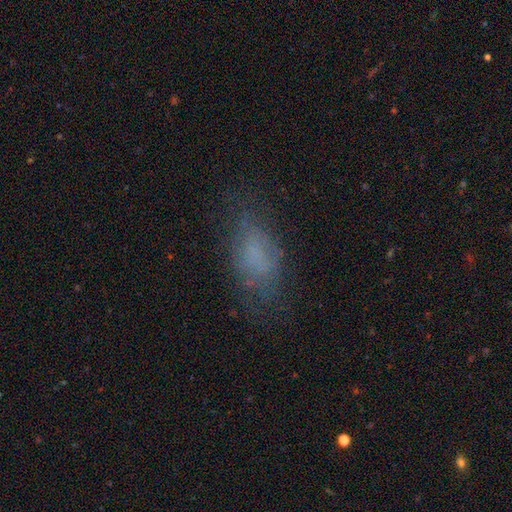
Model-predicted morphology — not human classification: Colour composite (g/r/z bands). It shows a smooth galaxy with no disk features (67%) that is in between round and cigar-shaped (85%). Merging: none (63%).